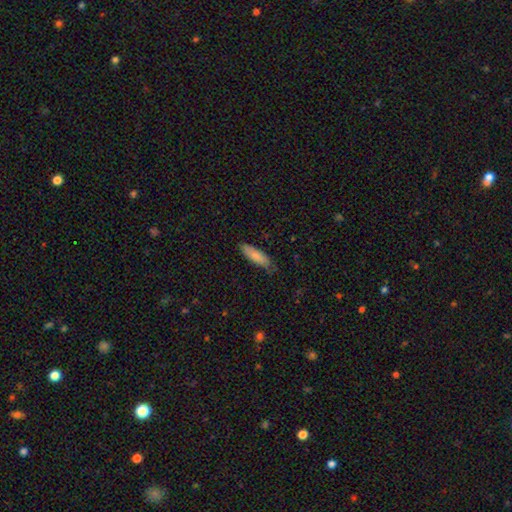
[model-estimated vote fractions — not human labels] This is clearly a smooth galaxy (82%). How rounded: possibly in between (50%). Merging: likely none (71%).